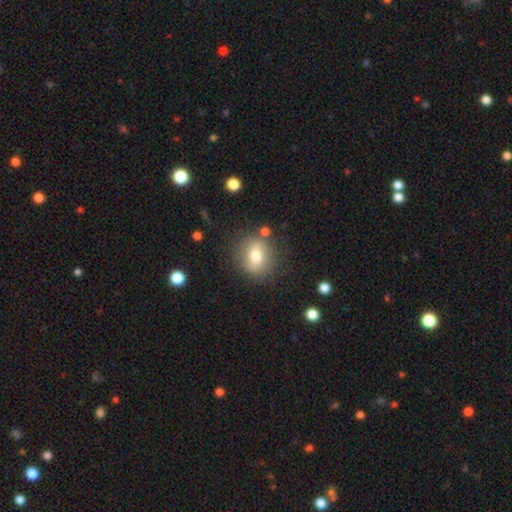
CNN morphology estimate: type=smooth (71%); roundness=round (62%); merging=none (79%).